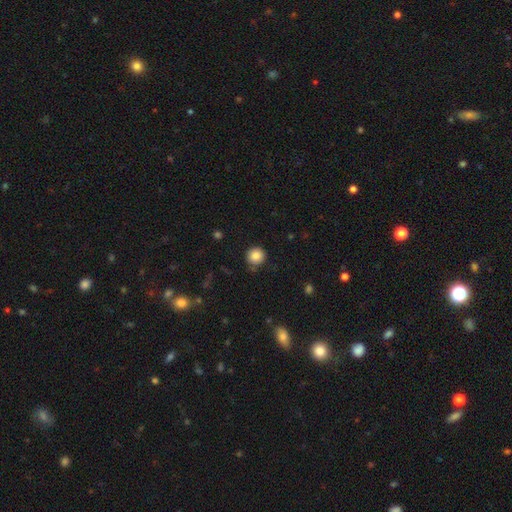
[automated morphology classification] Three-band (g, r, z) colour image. It shows a smooth galaxy with no disk features (84%) that is round (93%). Merging: none (86%).